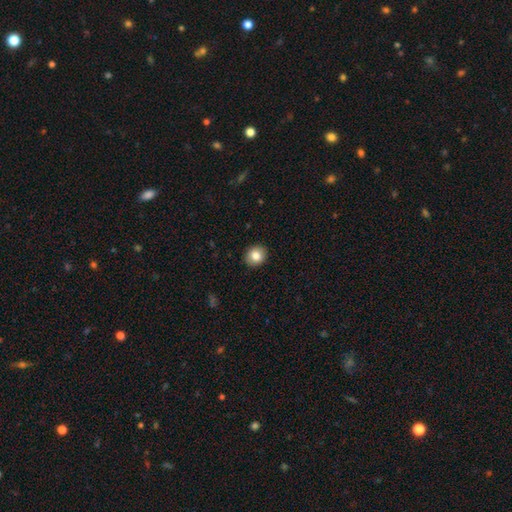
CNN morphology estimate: smooth 83%, star or artifact 9%, featured or disk 8%. Down the decision tree: how rounded — round (74%); merging — none (91%).